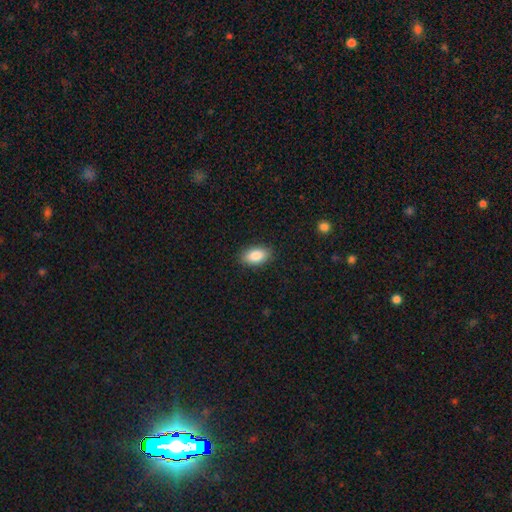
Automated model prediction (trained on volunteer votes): Smooth or featured?
  - smooth: 87% *
  - star or artifact: 7%
  - featured or disk: 6%
How rounded?
  - in between: 92% *
  - round: 6%
  - cigar-shaped: 2%
Merging?
  - none: 88% *
  - minor disturbance: 9%
  - major disturbance: 2%
  - merger: 1%